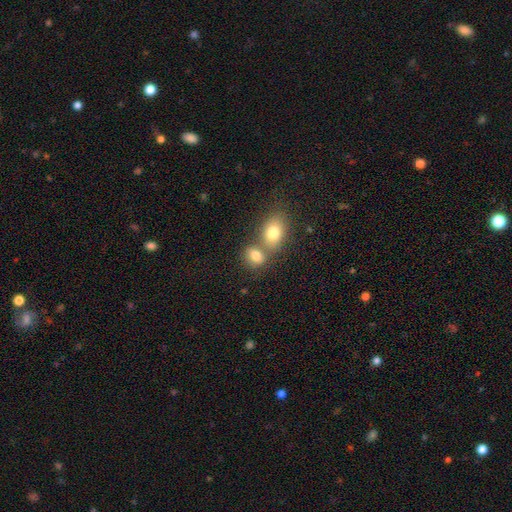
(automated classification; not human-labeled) Smooth or featured: smooth — 80% (featured or disk — 10%)
How rounded: in between — 60% (round — 38%)
Merging: merger — 44% (none — 43%)